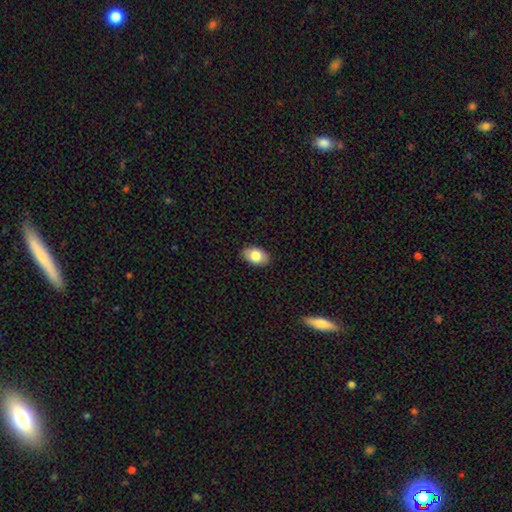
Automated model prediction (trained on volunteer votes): Smooth or featured? Predicted: smooth (p=0.83). How rounded? Predicted: in between (p=0.91). Merging? Predicted: none (p=0.90).